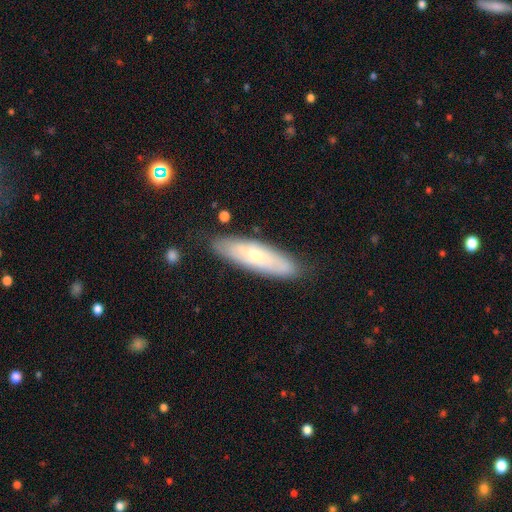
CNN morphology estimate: Overall: smooth (51%; featured or disk 43%). How rounded: cigar-shaped (60%; in between 38%). Merging: none (82%).